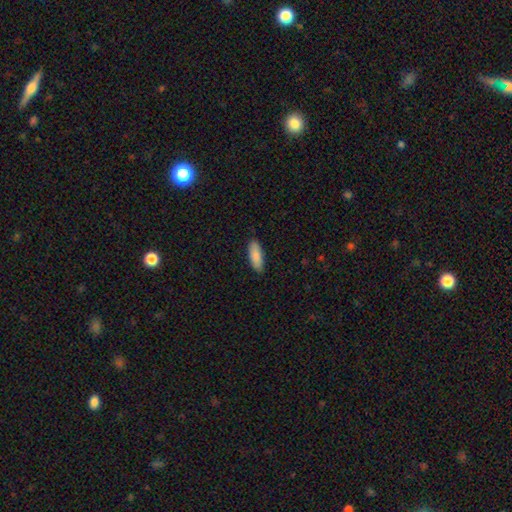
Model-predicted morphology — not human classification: Smooth or featured: smooth — 88% (featured or disk — 7%)
How rounded: in between — 71% (cigar-shaped — 28%)
Merging: none — 88% (minor disturbance — 10%)